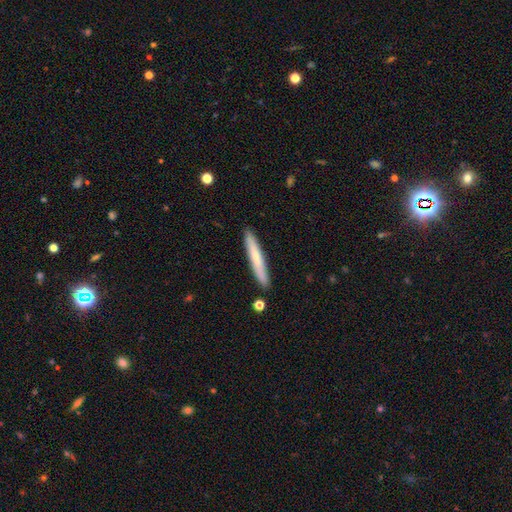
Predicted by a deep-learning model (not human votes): smooth 64%, featured or disk 30%, star or artifact 6%. Down the decision tree: how rounded — cigar-shaped (95%); merging — none (90%).